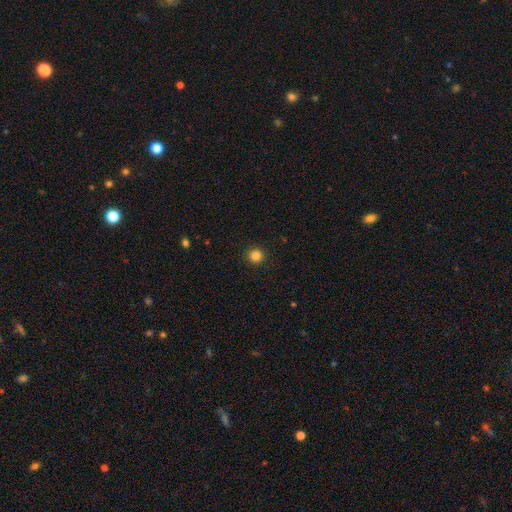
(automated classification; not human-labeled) Smooth or featured? Predicted: smooth (p=0.84). How rounded? Predicted: round (p=0.95). Merging? Predicted: none (p=0.93).